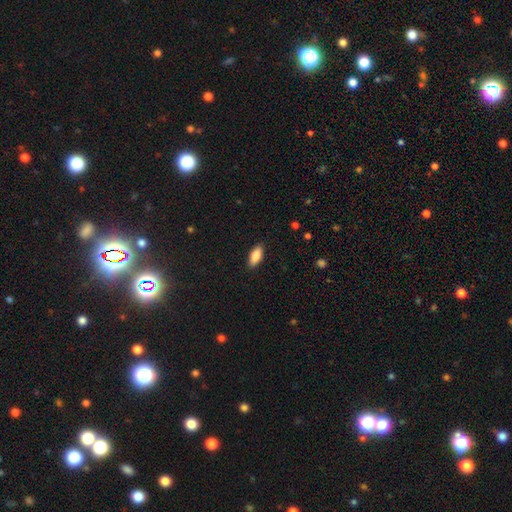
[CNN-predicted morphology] Smooth or featured? Predicted: smooth (p=0.85). How rounded? Predicted: in between (p=0.82). Merging? Predicted: none (p=0.88).